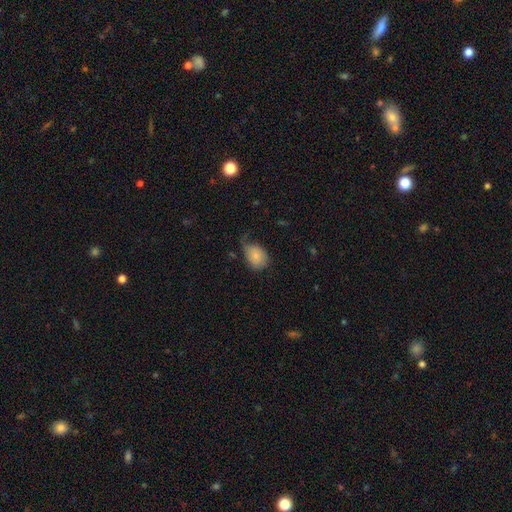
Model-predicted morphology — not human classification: Smooth or featured: smooth — 76% (featured or disk — 17%)
How rounded: in between — 69% (round — 30%)
Merging: minor disturbance — 38% (none — 35%)